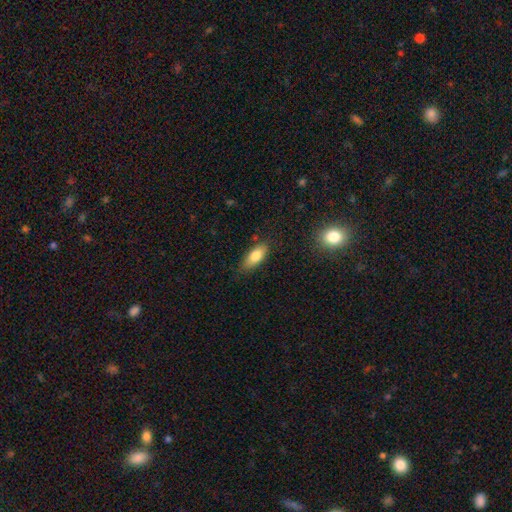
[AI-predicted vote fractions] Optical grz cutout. It shows a smooth galaxy with no disk features (79%) that is in between round and cigar-shaped (79%). Merging: none (79%).